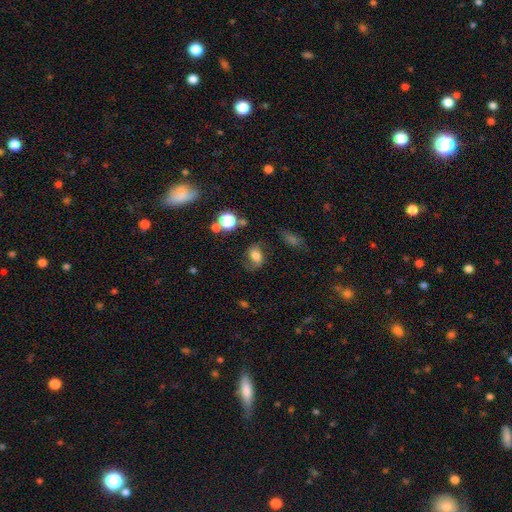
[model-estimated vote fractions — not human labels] Smooth or featured?
  - smooth: 51% *
  - featured or disk: 35%
  - star or artifact: 14%
How rounded?
  - in between: 68% *
  - round: 30%
  - cigar-shaped: 2%
Merging?
  - none: 60% *
  - minor disturbance: 22%
  - major disturbance: 14%
  - merger: 4%